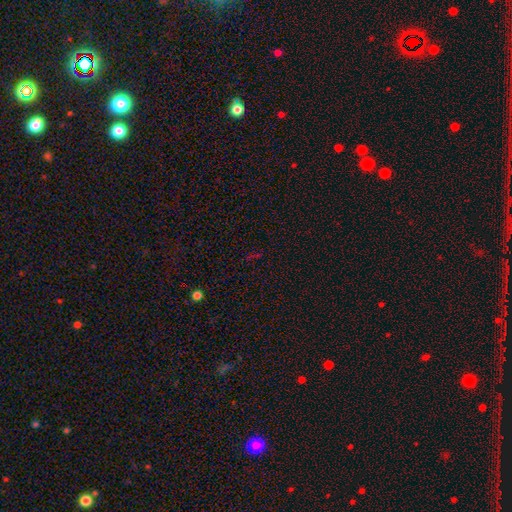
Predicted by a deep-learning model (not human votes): star or artifact 69%, smooth 21%, featured or disk 9%.